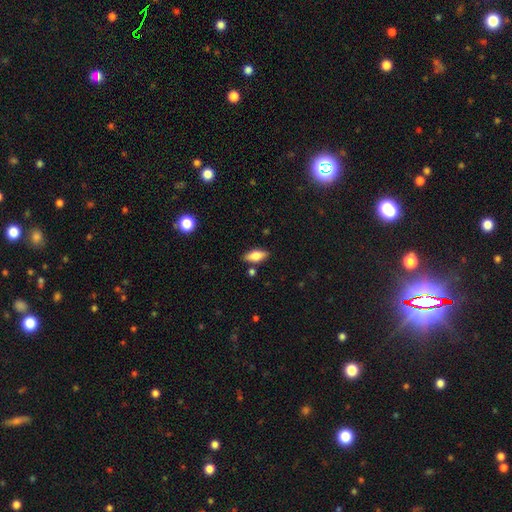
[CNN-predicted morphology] A smooth galaxy with no disk features (69%) that is in between round and cigar-shaped (80%).

Vote fractions:
- Smooth or featured? smooth: 69% / featured or disk: 23% / star or artifact: 7%
- How rounded? in between: 80% / cigar-shaped: 17% / round: 3%
- Merging? none: 83% / minor disturbance: 11% / merger: 4% / major disturbance: 2%